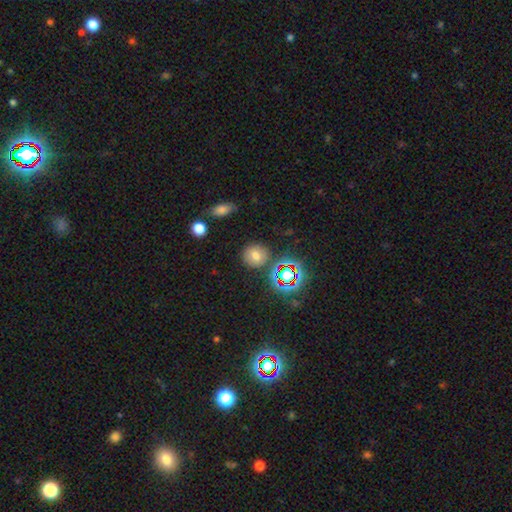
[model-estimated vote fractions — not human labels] Smooth or featured: smooth — 68% (star or artifact — 21%)
How rounded: round — 85% (in between — 14%)
Merging: none — 83% (minor disturbance — 10%)